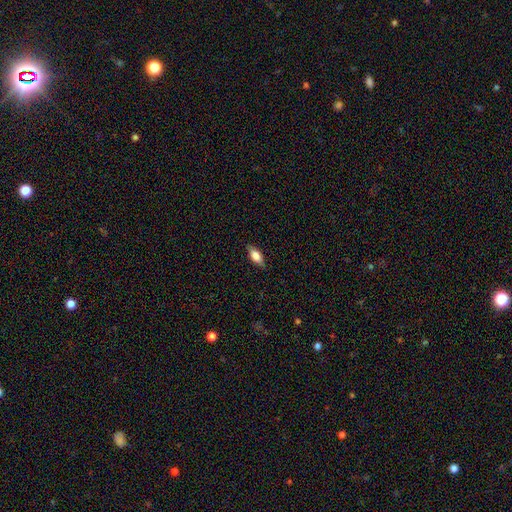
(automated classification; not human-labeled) Q: Smooth or featured?
A: smooth (76%); runner-up: featured or disk (16%)
Q: How rounded?
A: in between (83%); runner-up: cigar-shaped (13%)
Q: Merging?
A: none (83%); runner-up: minor disturbance (14%)